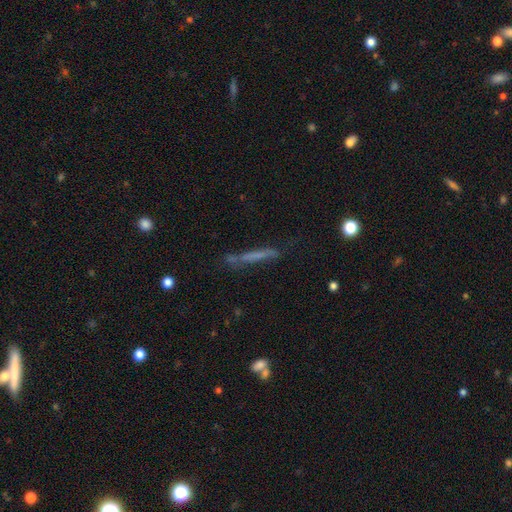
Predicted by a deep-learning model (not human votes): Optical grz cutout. It shows a smooth galaxy with no disk features (48%). Merging: none (67%).